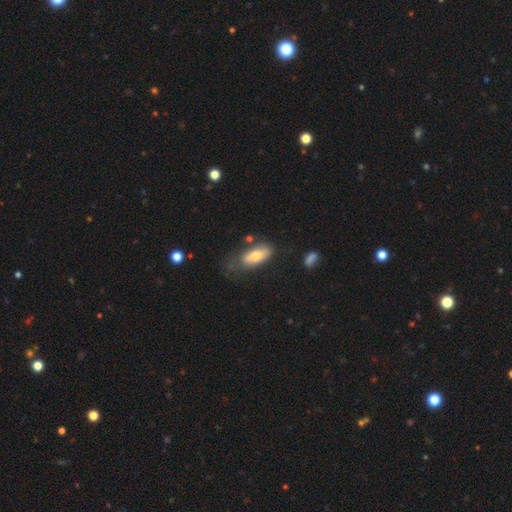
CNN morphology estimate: Q: Smooth or featured?
A: smooth (69%); runner-up: featured or disk (24%)
Q: How rounded?
A: in between (83%); runner-up: cigar-shaped (14%)
Q: Merging?
A: none (54%); runner-up: minor disturbance (26%)